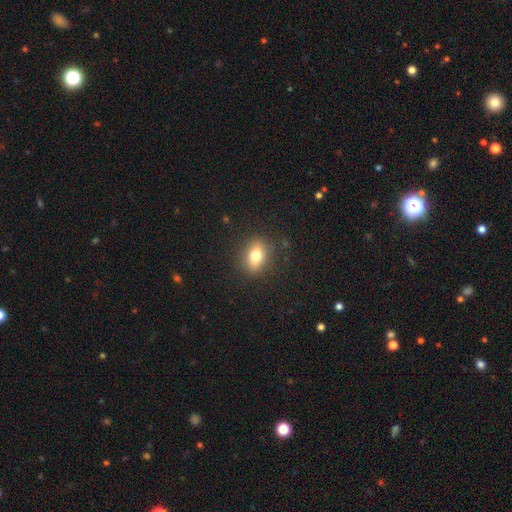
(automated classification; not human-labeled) A smooth galaxy with no disk features (76%) that is in between round and cigar-shaped (66%). Merging: none (86%).